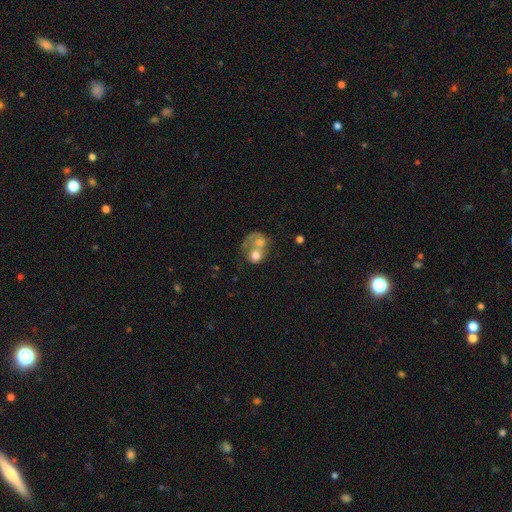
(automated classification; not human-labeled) smooth-or-featured: smooth: 59% | featured or disk: 32% | star or artifact: 9%
  how-rounded: round: 62% | in between: 37% | cigar-shaped: 1%
  merging: merger: 74% | none: 12% | major disturbance: 9% | minor disturbance: 5%